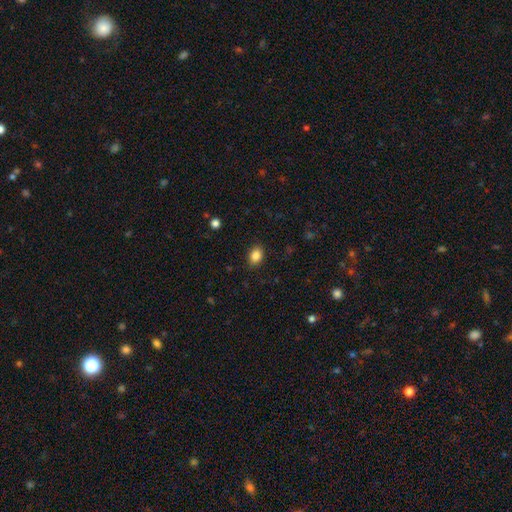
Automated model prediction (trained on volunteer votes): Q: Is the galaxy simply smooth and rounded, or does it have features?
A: smooth — 86%.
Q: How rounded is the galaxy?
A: in between — 70%.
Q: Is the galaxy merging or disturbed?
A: none — 87%.